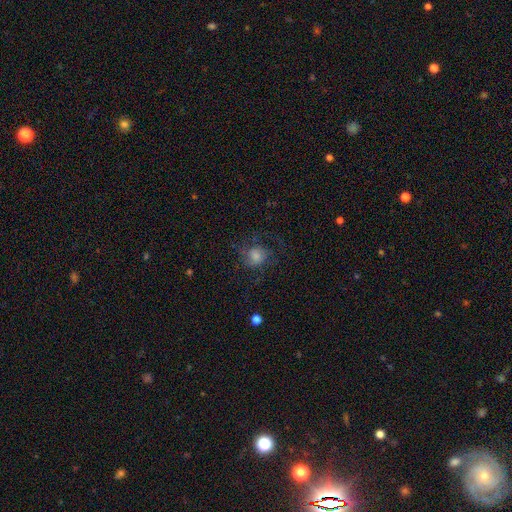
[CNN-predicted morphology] This is marginally a featured or disk galaxy (44%). Merging: possibly none (59%).